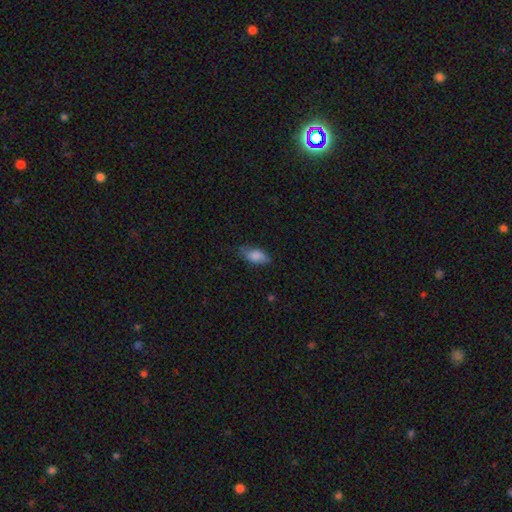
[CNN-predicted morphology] The model was most divided on "merging": none: 71%, minor disturbance: 23%, major disturbance: 5%, merger: 1%. More confident: how rounded — in between (87%); smooth or featured — smooth (83%).